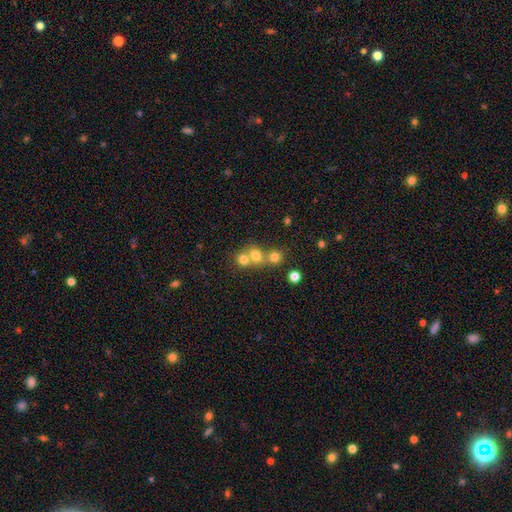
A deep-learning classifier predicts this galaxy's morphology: Q: Smooth or featured?
A: smooth (70%); runner-up: star or artifact (15%)
Q: How rounded?
A: round (79%); runner-up: in between (20%)
Q: Merging?
A: merger (56%); runner-up: none (36%)